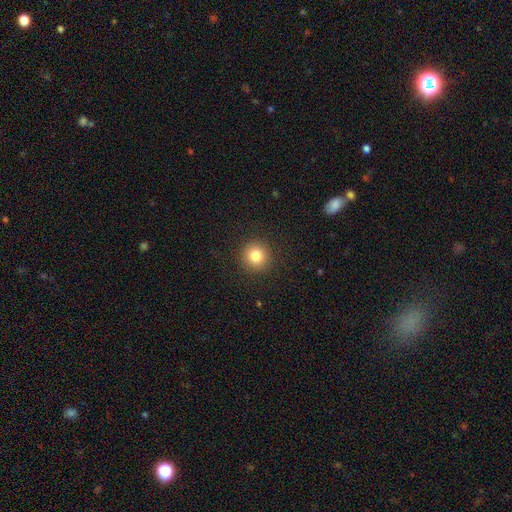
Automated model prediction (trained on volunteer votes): smooth_or_featured: smooth (p=0.82) [alt: star or artifact p=0.11]
how_rounded: round (p=0.94) [alt: in between p=0.05]
merging: none (p=0.92) [alt: minor disturbance p=0.05]